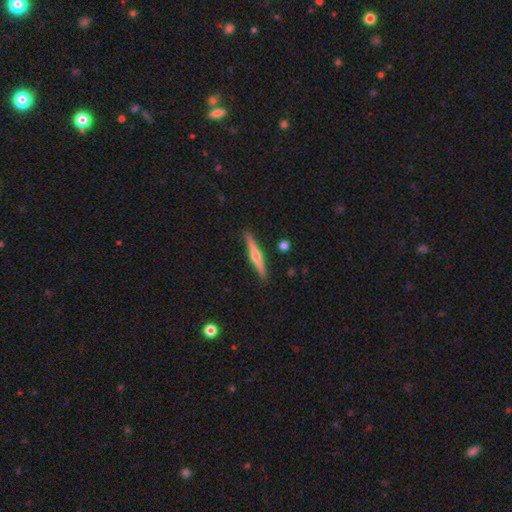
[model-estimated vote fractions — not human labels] A featured or disk galaxy (70%) viewed edge-on (98%) with a rounded central bulge (90%). Merging: none (91%).